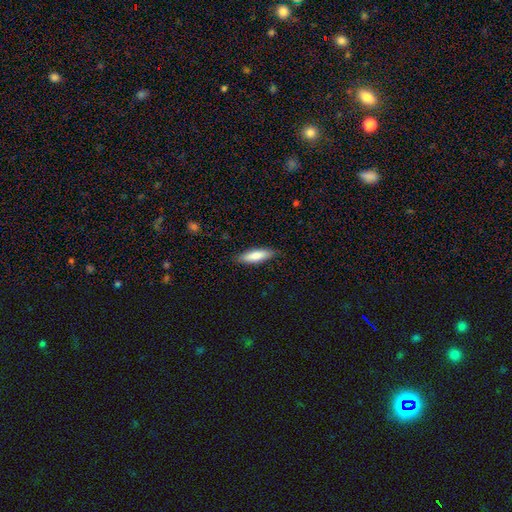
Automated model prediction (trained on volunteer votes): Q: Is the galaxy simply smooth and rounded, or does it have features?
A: smooth — 81%.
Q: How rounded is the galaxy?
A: cigar-shaped — 57%.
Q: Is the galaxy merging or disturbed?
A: none — 87%.